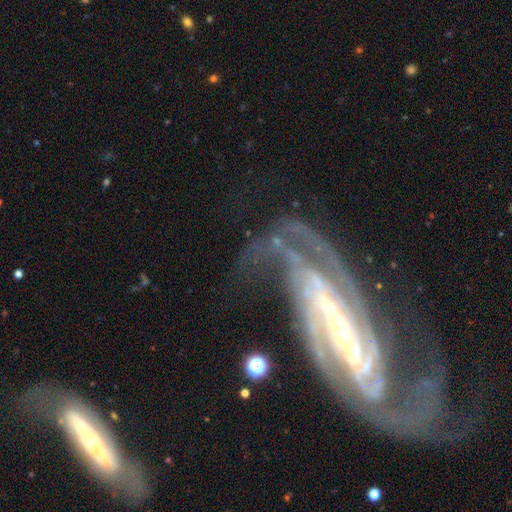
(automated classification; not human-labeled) Smooth or featured? featured or disk (89%)
Edge-on disk? no (92%)
Bar? strong (62%)
Spiral arms? yes (97%)
Spiral winding? tight (44%)
Spiral arm count? 2 (41%)
Bulge size? small (63%)
Merging? none (54%)